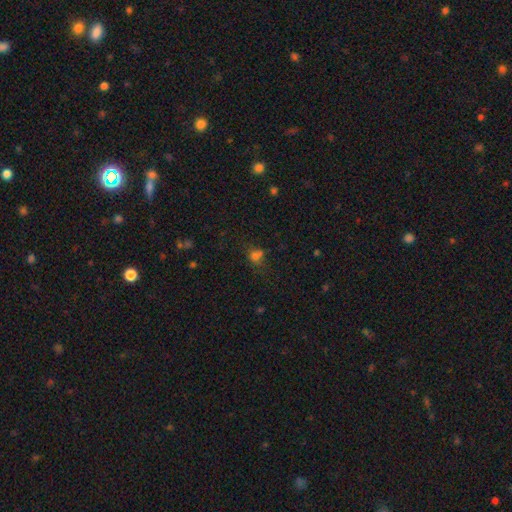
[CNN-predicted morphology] Q: Smooth or featured?
A: smooth (70%); runner-up: star or artifact (22%)
Q: How rounded?
A: round (68%); runner-up: in between (30%)
Q: Merging?
A: none (52%); runner-up: minor disturbance (19%)